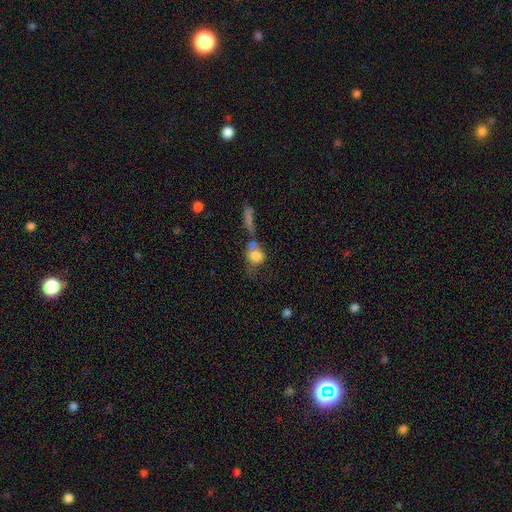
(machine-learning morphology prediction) type=smooth (73%); roundness=round (63%); merging=merger (39%).